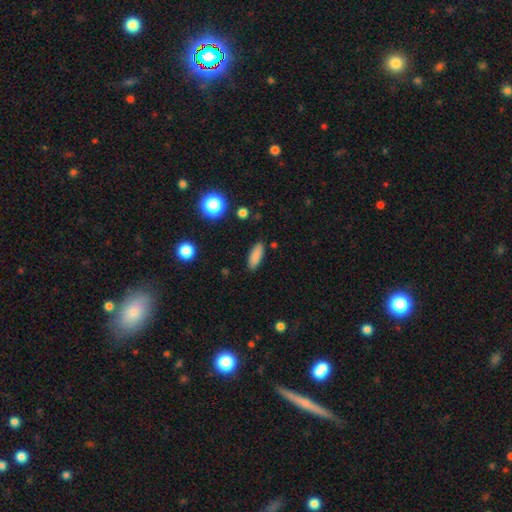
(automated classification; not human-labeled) A smooth galaxy with no disk features (85%) that is in between round and cigar-shaped (66%).

Vote fractions:
- Smooth or featured? smooth: 85% / star or artifact: 9% / featured or disk: 6%
- How rounded? in between: 66% / cigar-shaped: 31% / round: 3%
- Merging? none: 88% / minor disturbance: 8% / major disturbance: 2% / merger: 1%